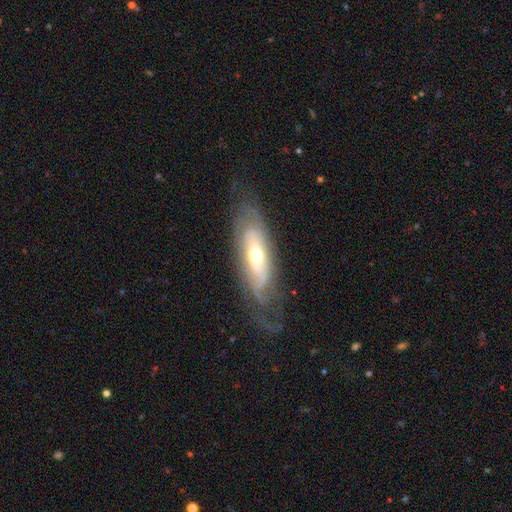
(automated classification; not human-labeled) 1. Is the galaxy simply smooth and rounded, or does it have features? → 73% featured or disk, 21% smooth, 6% star or artifact.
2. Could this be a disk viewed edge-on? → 80% no, 20% yes.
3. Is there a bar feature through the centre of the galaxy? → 64% no, 24% weak, 13% strong.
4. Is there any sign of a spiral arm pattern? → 74% yes, 26% no.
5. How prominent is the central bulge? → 61% moderate, 30% small, 7% large, 1% dominant, 1% none.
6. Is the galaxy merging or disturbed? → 65% none, 20% minor disturbance, 14% major disturbance, 1% merger.